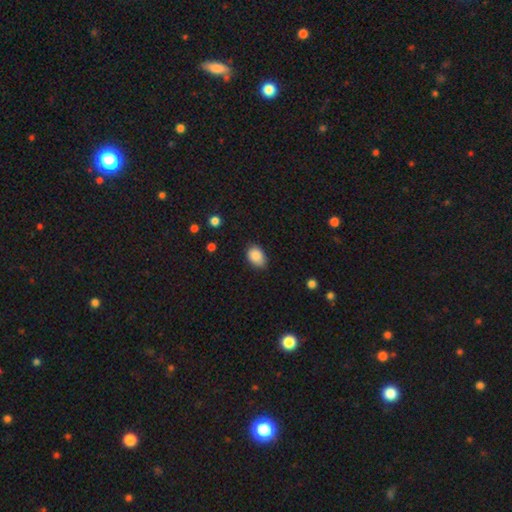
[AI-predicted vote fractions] The model was most divided on "merging": none: 76%, minor disturbance: 20%, major disturbance: 3%, merger: 1%. More confident: smooth or featured — smooth (88%); how rounded — in between (83%).